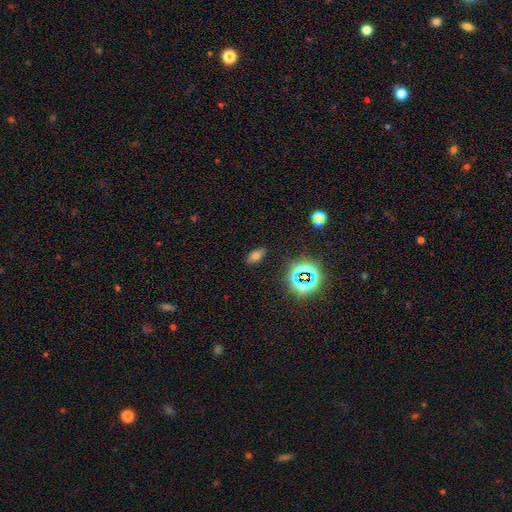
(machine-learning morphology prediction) The model was most divided on "smooth or featured": smooth: 62%, star or artifact: 26%, featured or disk: 12%. More confident: how rounded — in between (88%); merging — none (87%).